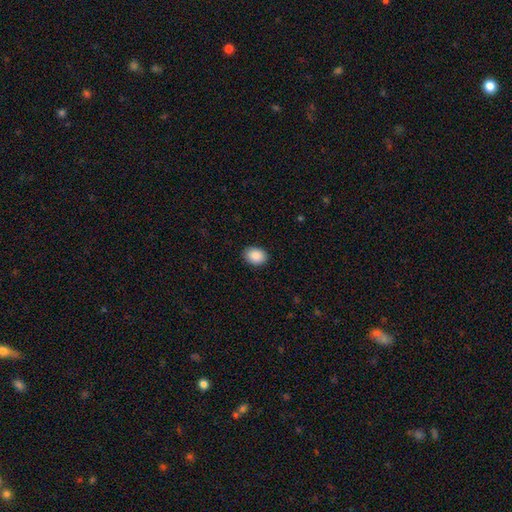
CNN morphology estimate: Smooth or featured? smooth (90%)
How rounded? in between (70%)
Merging? none (89%)